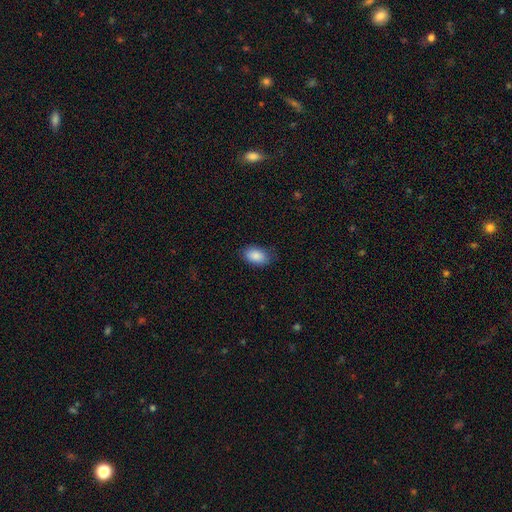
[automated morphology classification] Q: Smooth or featured?
A: smooth (89%); runner-up: star or artifact (7%)
Q: How rounded?
A: in between (92%); runner-up: round (7%)
Q: Merging?
A: none (83%); runner-up: minor disturbance (13%)